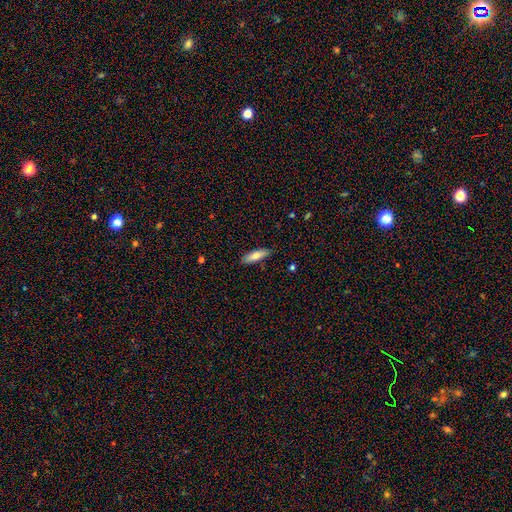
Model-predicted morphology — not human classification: smooth 73%, featured or disk 21%, star or artifact 6%. Down the decision tree: how rounded — cigar-shaped (52%); merging — none (86%).